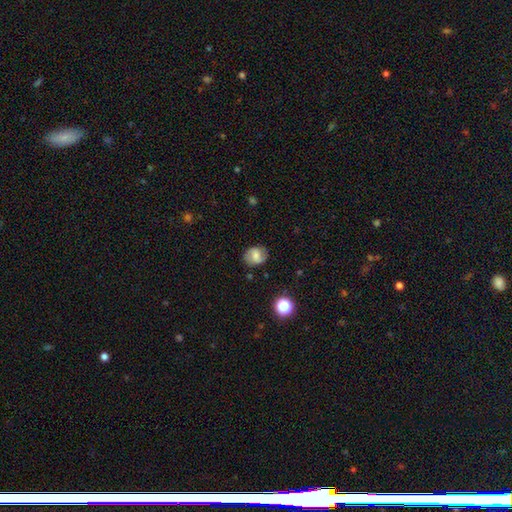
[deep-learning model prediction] Smooth or featured?
  - smooth: 54% *
  - featured or disk: 36%
  - star or artifact: 10%
How rounded?
  - round: 56% *
  - in between: 43%
  - cigar-shaped: 1%
Merging?
  - none: 79% *
  - minor disturbance: 14%
  - major disturbance: 4%
  - merger: 2%